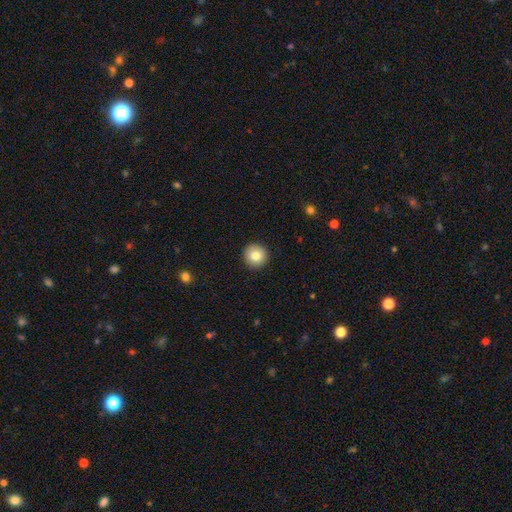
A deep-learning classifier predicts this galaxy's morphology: type=smooth (83%); roundness=round (95%); merging=none (92%).